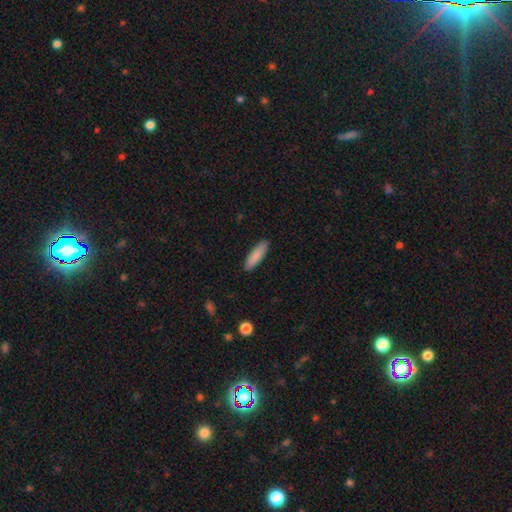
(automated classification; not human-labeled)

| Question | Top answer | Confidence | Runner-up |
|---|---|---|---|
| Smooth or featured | smooth | 87% | featured or disk (7%) |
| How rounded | cigar-shaped | 64% | in between (35%) |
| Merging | none | 90% | minor disturbance (8%) |